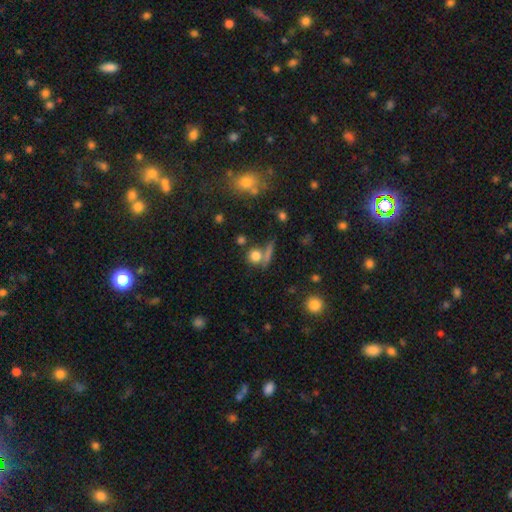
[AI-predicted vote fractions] smooth 76%, star or artifact 14%, featured or disk 10%. Down the decision tree: how rounded — round (85%); merging — none (63%).